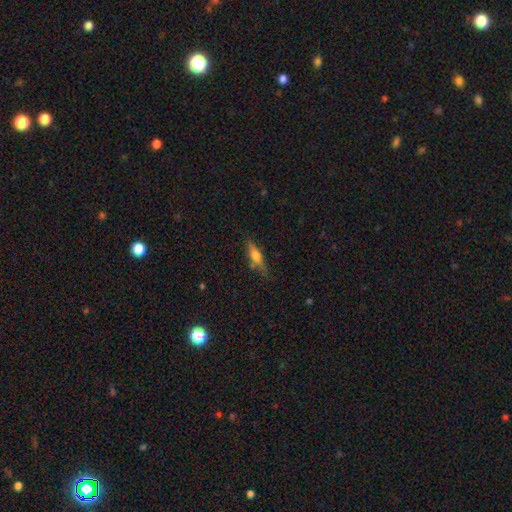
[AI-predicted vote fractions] This appears to be a smooth galaxy with no disk features (58%) that is cigar-shaped (57%). Merging: none (70%).